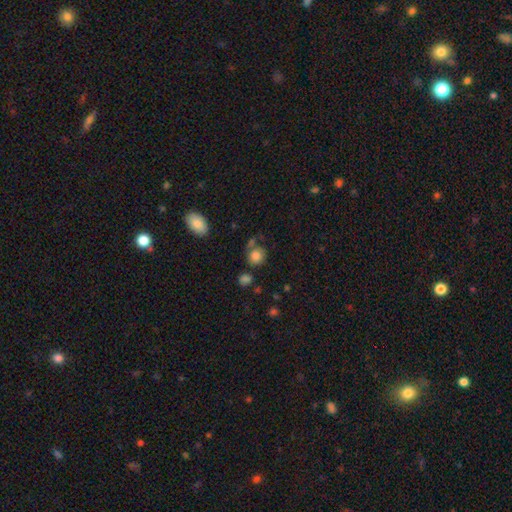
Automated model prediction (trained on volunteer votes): Smooth or featured? Predicted: smooth (p=0.82). How rounded? Predicted: round (p=0.81). Merging? Predicted: none (p=0.65).